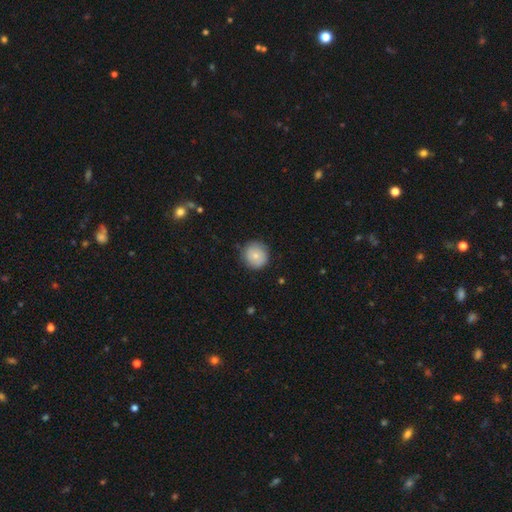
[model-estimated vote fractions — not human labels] Smooth or featured? smooth (76%)
How rounded? round (93%)
Merging? none (83%)